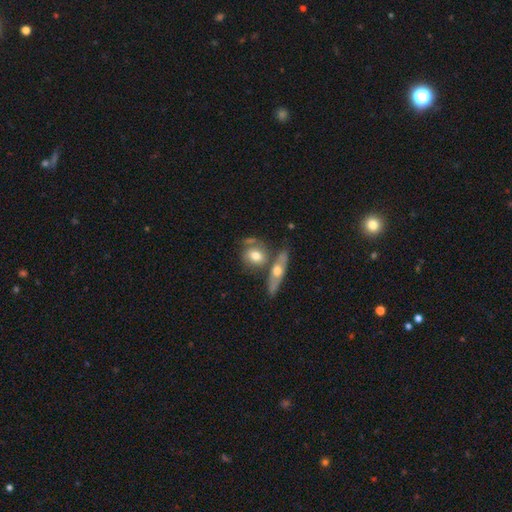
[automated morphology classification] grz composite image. It shows a smooth galaxy with no disk features (57%) that is round (49%). Merging: none (45%).